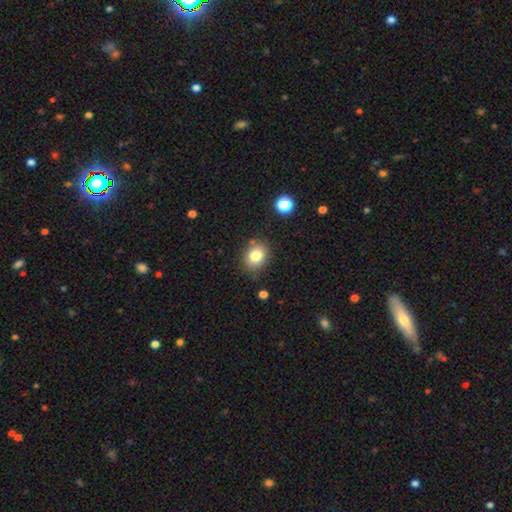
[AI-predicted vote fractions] Smooth or featured?
  - smooth: 81% *
  - star or artifact: 11%
  - featured or disk: 9%
How rounded?
  - round: 55% *
  - in between: 44%
  - cigar-shaped: 1%
Merging?
  - none: 80% *
  - minor disturbance: 13%
  - merger: 3%
  - major disturbance: 3%